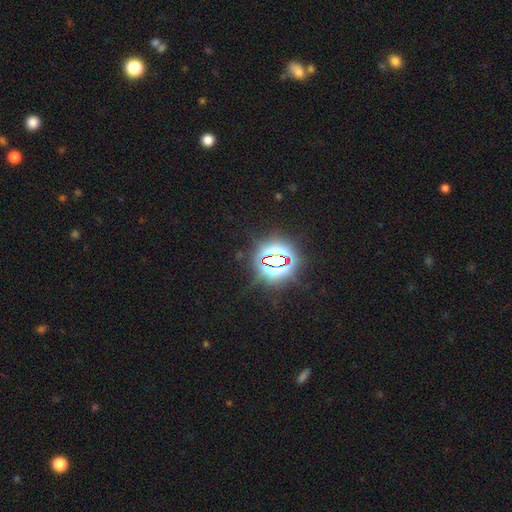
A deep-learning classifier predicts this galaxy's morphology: star or artifact 82%, smooth 11%, featured or disk 7%.